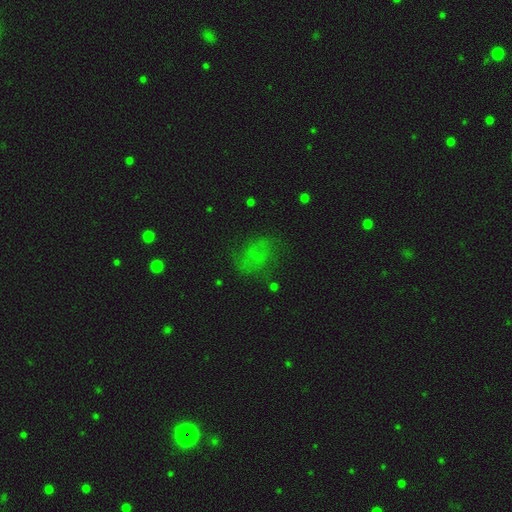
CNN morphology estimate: Smooth or featured? Predicted: smooth (p=0.50). How rounded? Predicted: in between (p=0.60). Merging? Predicted: none (p=0.58).